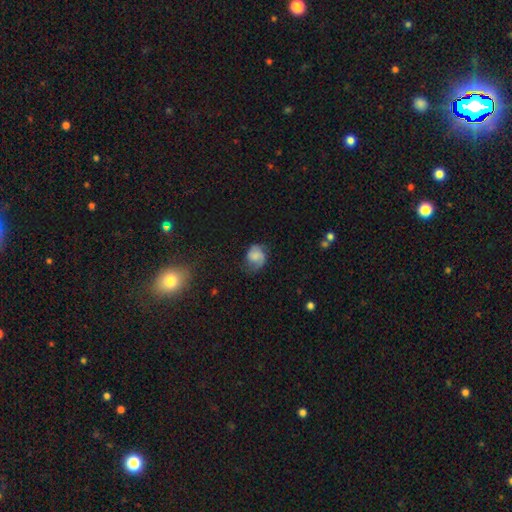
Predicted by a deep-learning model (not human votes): This appears to be a featured or disk galaxy (46%). Merging: none (57%).